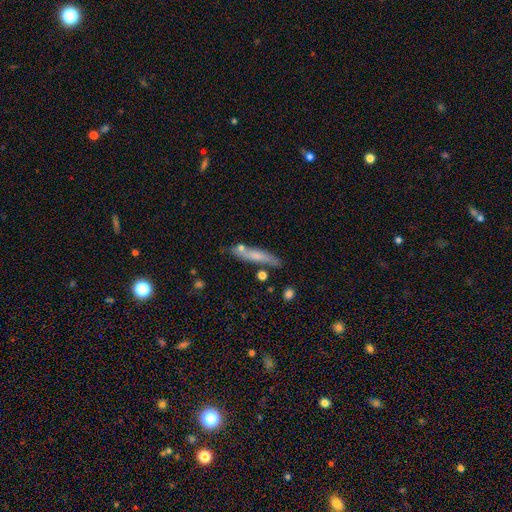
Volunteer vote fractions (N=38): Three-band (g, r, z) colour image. It shows a smooth galaxy with no disk features (66%) that is cigar-shaped (80%). Merging: none (78%).